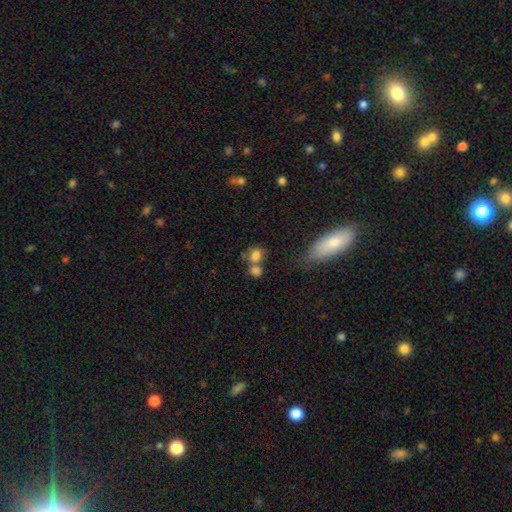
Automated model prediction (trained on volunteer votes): Smooth or featured? smooth (78%)
How rounded? round (59%)
Merging? merger (41%)